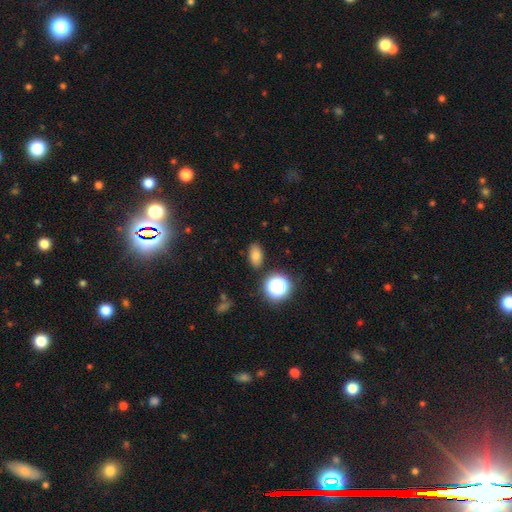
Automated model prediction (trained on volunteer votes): A smooth galaxy with no disk features (76%) that is in between round and cigar-shaped (84%). Merging: none (85%).